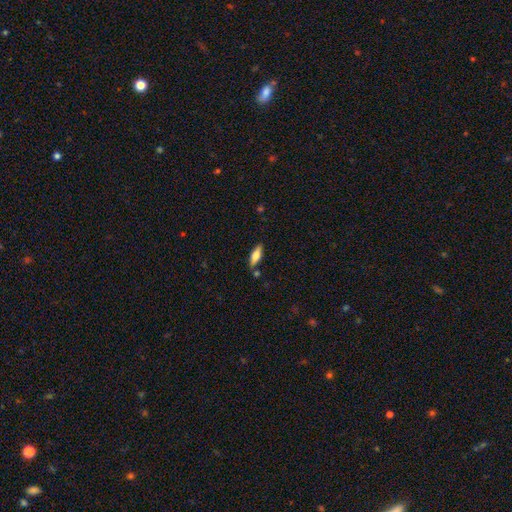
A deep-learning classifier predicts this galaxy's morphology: smooth_or_featured: smooth (p=0.66) [alt: featured or disk p=0.27]
how_rounded: in between (p=0.58) [alt: cigar-shaped p=0.40]
merging: none (p=0.81) [alt: minor disturbance p=0.12]